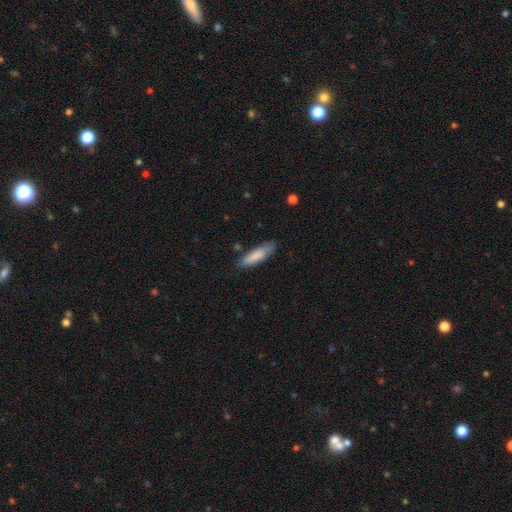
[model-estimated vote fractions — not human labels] This appears to be a smooth galaxy with no disk features (83%) that is cigar-shaped (66%). Merging: none (75%).